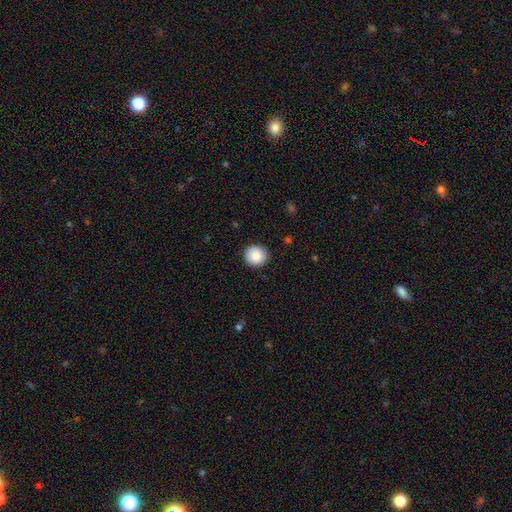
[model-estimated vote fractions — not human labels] This appears to be a smooth galaxy with no disk features (87%) that is round (94%). Merging: none (91%).